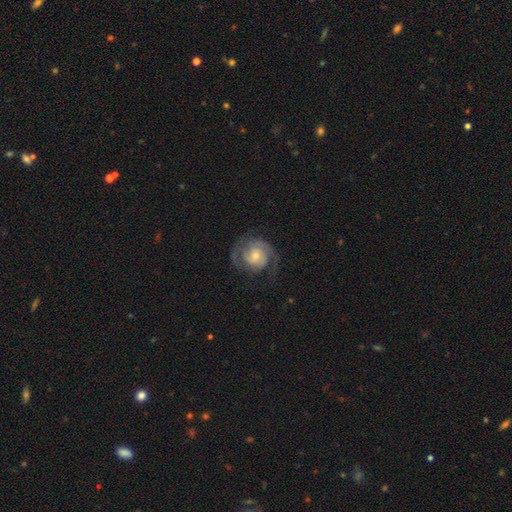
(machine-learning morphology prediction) This appears to be a featured or disk galaxy (79%) with no bar (66%), 2 (75%) medium (42%) spiral arms (94%) and a small central bulge (59%). Merging: none (68%).